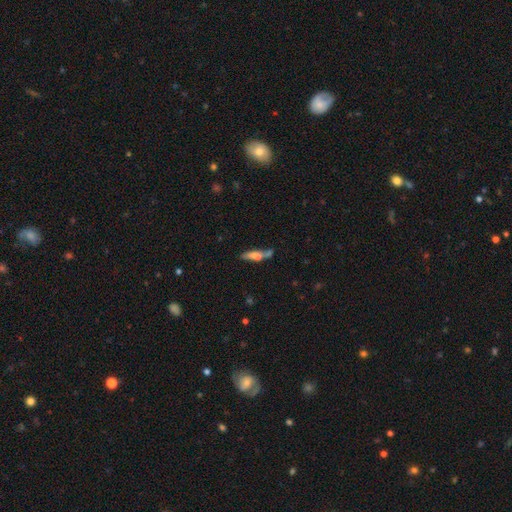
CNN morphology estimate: Smooth or featured?
  - smooth: 64% *
  - featured or disk: 27%
  - star or artifact: 9%
How rounded?
  - cigar-shaped: 70% *
  - in between: 27%
  - round: 2%
Merging?
  - none: 47% *
  - merger: 27%
  - minor disturbance: 19%
  - major disturbance: 7%